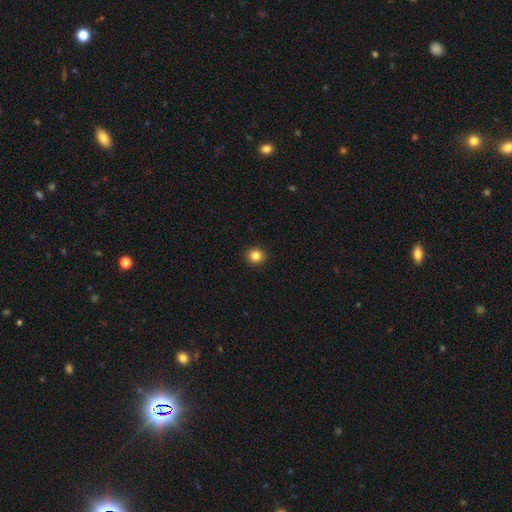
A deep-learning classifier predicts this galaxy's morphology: Smooth or featured: smooth — 83% (star or artifact — 11%)
How rounded: round — 83% (in between — 16%)
Merging: none — 92% (minor disturbance — 5%)